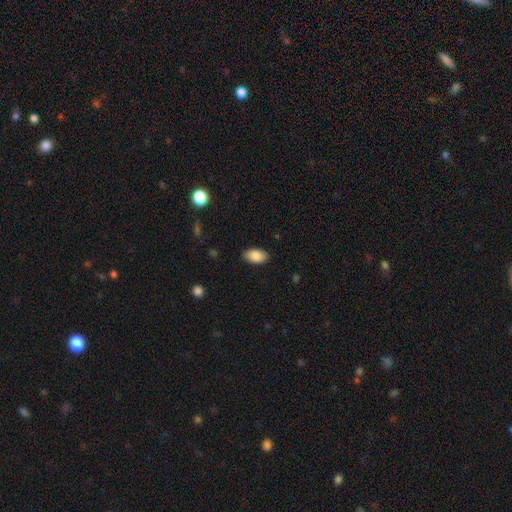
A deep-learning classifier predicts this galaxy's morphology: smooth_or_featured: smooth (p=0.87) [alt: star or artifact p=0.07]
how_rounded: in between (p=0.94) [alt: round p=0.05]
merging: none (p=0.86) [alt: minor disturbance p=0.11]